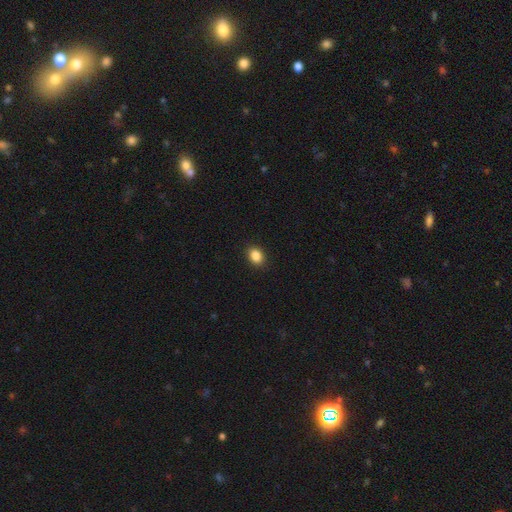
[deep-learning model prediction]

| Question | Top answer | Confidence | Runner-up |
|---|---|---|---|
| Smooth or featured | smooth | 87% | star or artifact (9%) |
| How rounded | in between | 62% | round (37%) |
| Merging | none | 90% | minor disturbance (7%) |